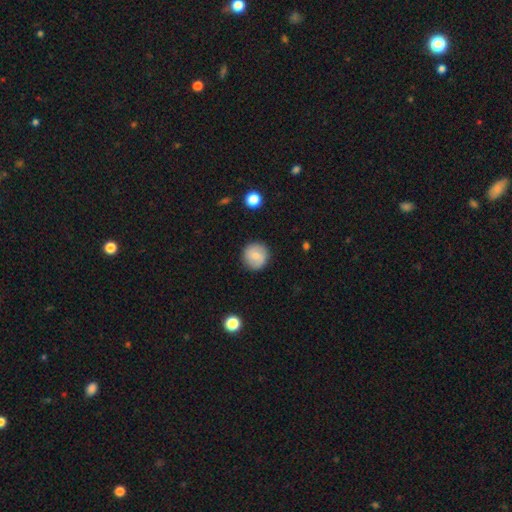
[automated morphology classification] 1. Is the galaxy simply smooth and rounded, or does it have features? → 63% smooth, 30% featured or disk, 7% star or artifact.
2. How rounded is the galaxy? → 93% round, 6% in between, 1% cigar-shaped.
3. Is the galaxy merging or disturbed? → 88% none, 9% minor disturbance, 2% major disturbance, 1% merger.